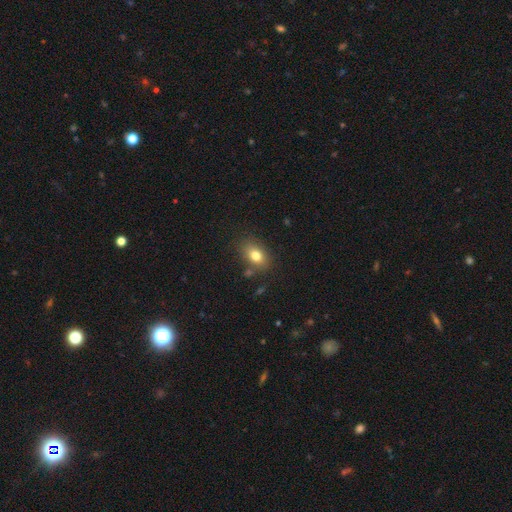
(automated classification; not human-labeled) Morphology: type=smooth (78%); roundness=in between (77%); merging=none (78%).